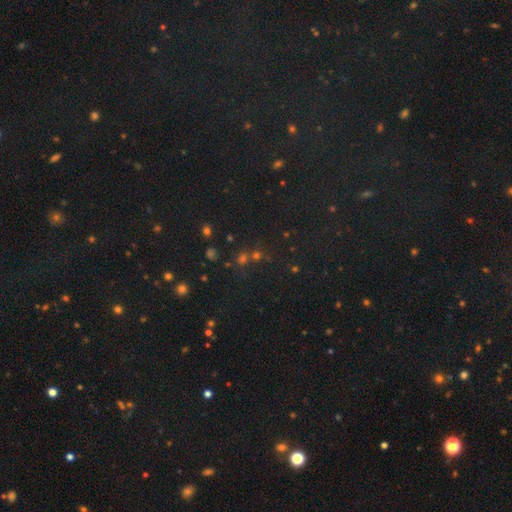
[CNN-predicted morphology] The model was most divided on "smooth or featured": star or artifact: 57%, smooth: 35%, featured or disk: 8%.